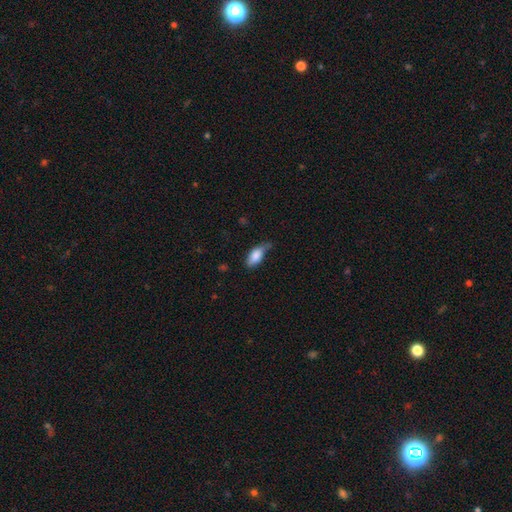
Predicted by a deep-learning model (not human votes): A smooth galaxy with no disk features (83%) that is in between round and cigar-shaped (89%).

Vote fractions:
- Smooth or featured? smooth: 83% / featured or disk: 10% / star or artifact: 7%
- How rounded? in between: 89% / cigar-shaped: 8% / round: 3%
- Merging? none: 43% / minor disturbance: 40% / major disturbance: 13% / merger: 4%